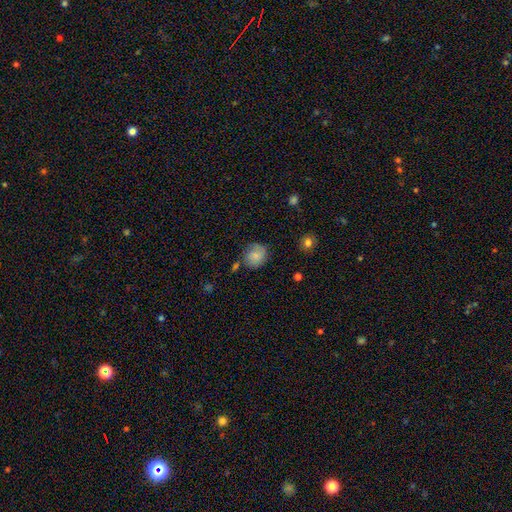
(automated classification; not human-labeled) smooth 79%, featured or disk 13%, star or artifact 8%. Down the decision tree: how rounded — round (69%); merging — none (69%).